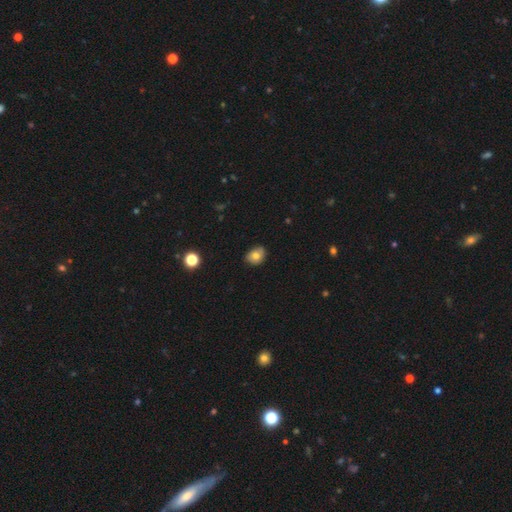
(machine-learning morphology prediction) smooth_or_featured: smooth (p=0.76) [alt: featured or disk p=0.14]
how_rounded: in between (p=0.63) [alt: round p=0.36]
merging: none (p=0.76) [alt: minor disturbance p=0.20]